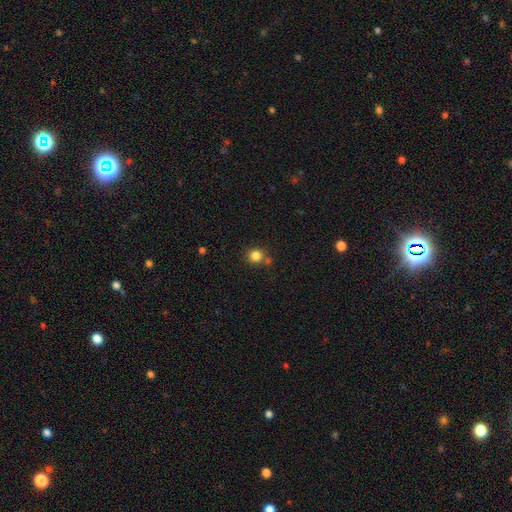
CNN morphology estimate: This is clearly a smooth galaxy (82%). How rounded: clearly round (90%). Merging: likely none (73%).